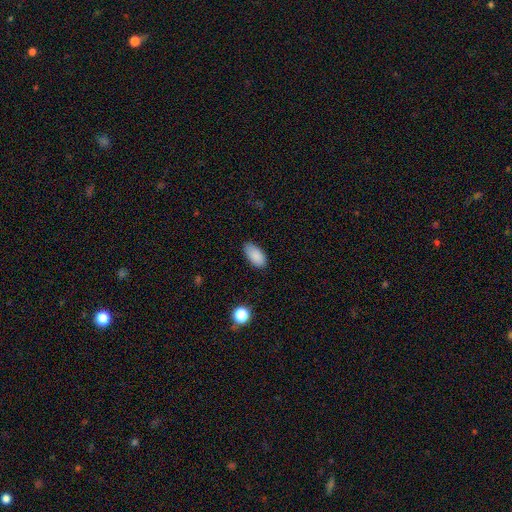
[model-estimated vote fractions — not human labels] Smooth or featured? smooth (88%)
How rounded? in between (93%)
Merging? none (80%)